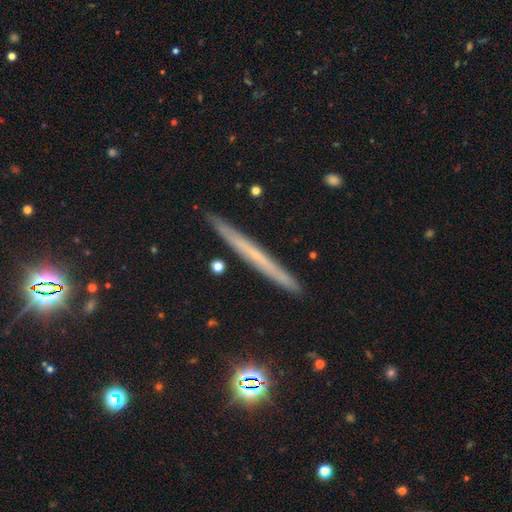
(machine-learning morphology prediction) Smooth or featured? Predicted: featured or disk (p=0.50). Merging? Predicted: none (p=0.91).